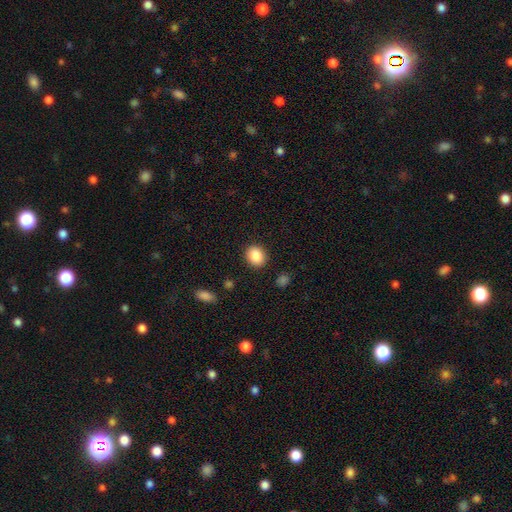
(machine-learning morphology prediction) type=smooth (87%); roundness=round (61%); merging=none (89%).